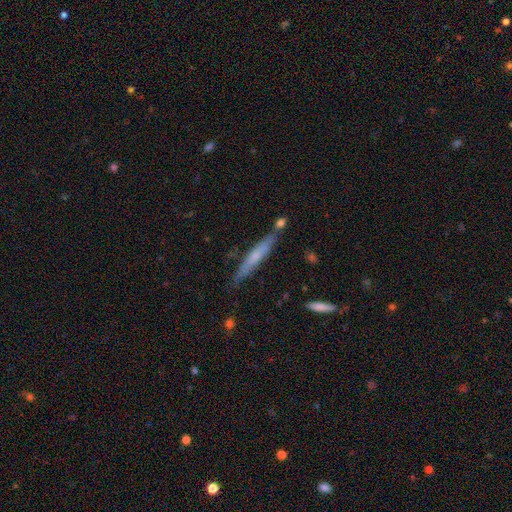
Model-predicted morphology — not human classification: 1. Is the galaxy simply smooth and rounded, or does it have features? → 47% featured or disk, 46% smooth, 7% star or artifact.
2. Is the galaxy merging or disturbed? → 76% none, 15% minor disturbance, 6% merger, 3% major disturbance.